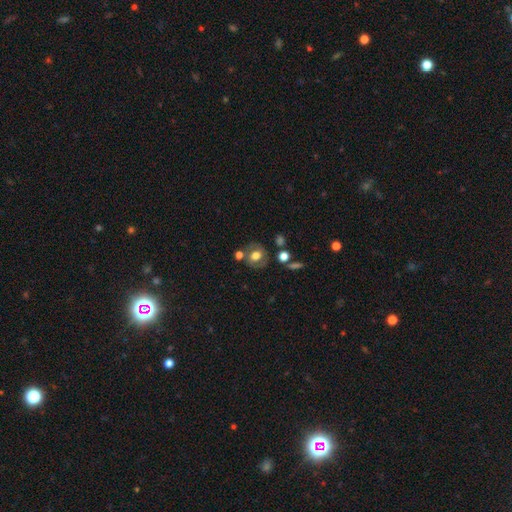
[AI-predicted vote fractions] Smooth or featured? smooth (54%)
How rounded? round (69%)
Merging? none (66%)